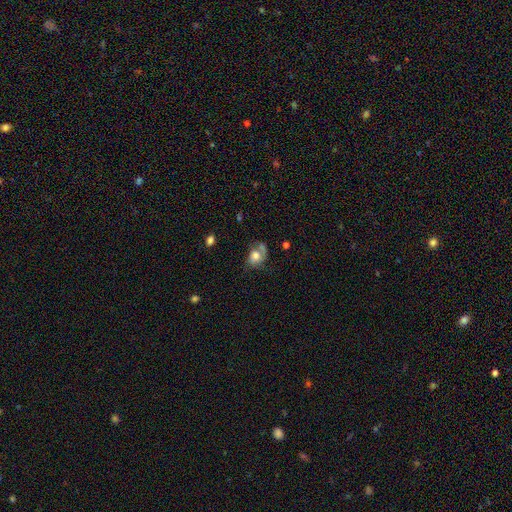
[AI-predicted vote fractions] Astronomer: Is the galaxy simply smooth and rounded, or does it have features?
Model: smooth — 50% (runner-up: featured or disk, 41%).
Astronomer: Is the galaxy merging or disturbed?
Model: none — 40% (runner-up: minor disturbance, 25%).